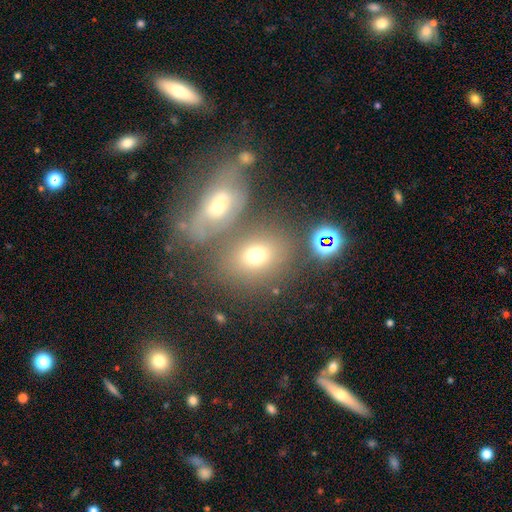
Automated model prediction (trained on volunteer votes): Q: Smooth or featured?
A: smooth (67%); runner-up: featured or disk (18%)
Q: How rounded?
A: in between (56%); runner-up: round (42%)
Q: Merging?
A: none (51%); runner-up: merger (31%)